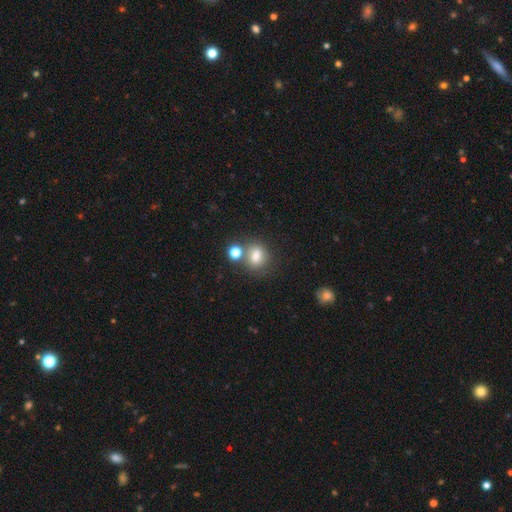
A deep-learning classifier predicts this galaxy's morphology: This is likely a smooth galaxy (79%). How rounded: possibly round (57%). Merging: possibly none (58%).